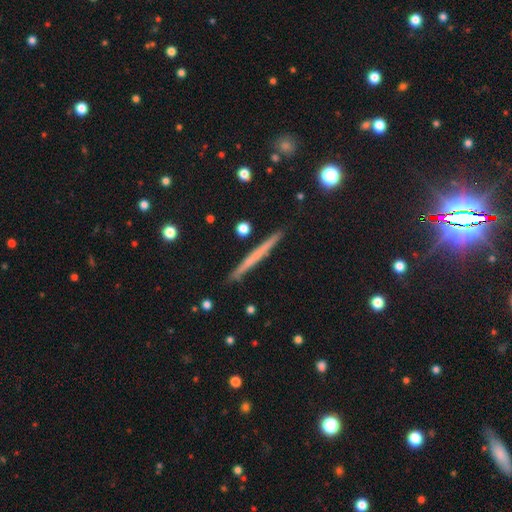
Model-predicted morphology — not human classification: featured or disk 48%, smooth 46%, star or artifact 7%. Down the decision tree: merging — none (91%).